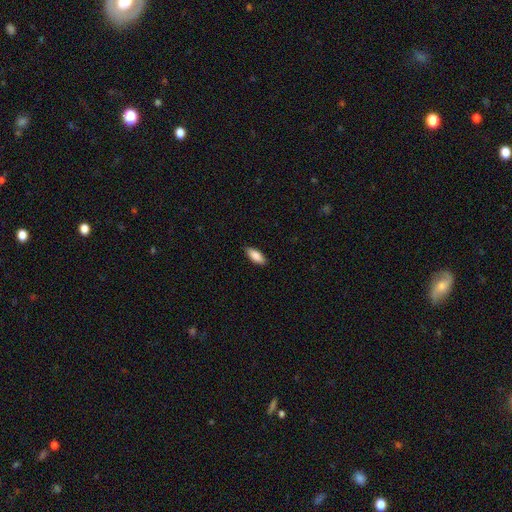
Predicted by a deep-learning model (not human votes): Smooth or featured? Predicted: smooth (p=0.86). How rounded? Predicted: in between (p=0.77). Merging? Predicted: none (p=0.87).